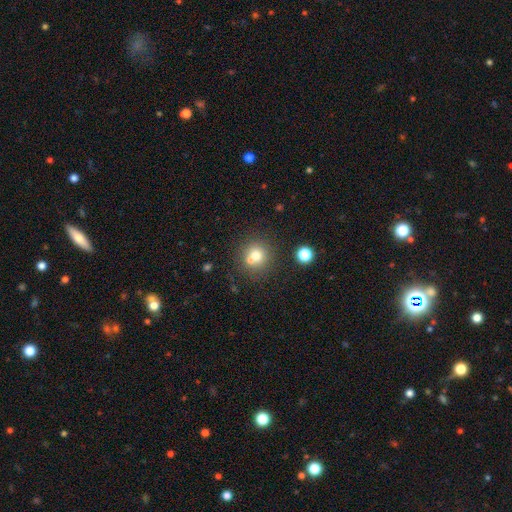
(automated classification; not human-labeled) smooth 70%, featured or disk 16%, star or artifact 14%. Down the decision tree: how rounded — round (90%); merging — none (60%).